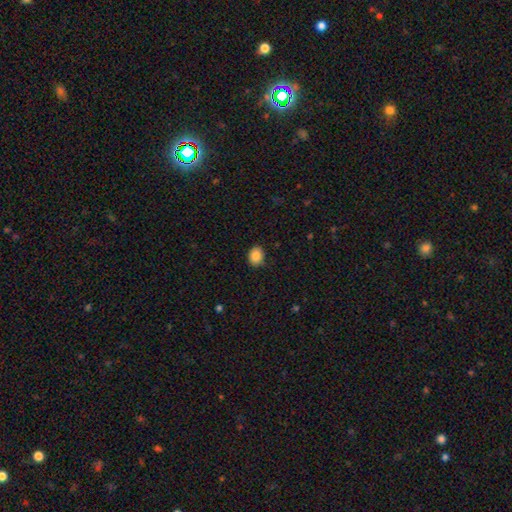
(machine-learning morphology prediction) smooth 86%, star or artifact 9%, featured or disk 5%. Down the decision tree: how rounded — in between (52%); merging — none (86%).